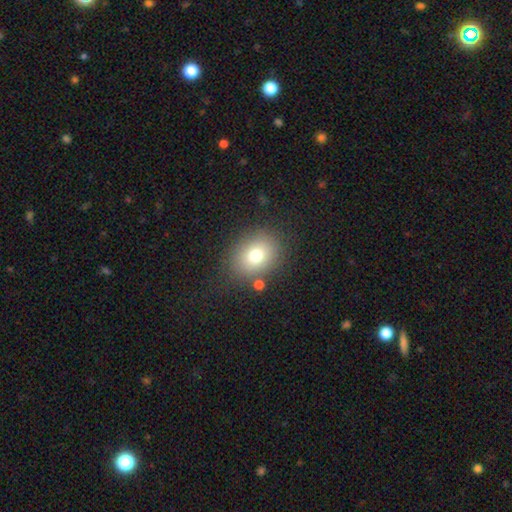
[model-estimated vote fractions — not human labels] smooth-or-featured: smooth: 76% | star or artifact: 12% | featured or disk: 12%
  how-rounded: in between: 54% | round: 45% | cigar-shaped: 1%
  merging: none: 81% | minor disturbance: 11% | merger: 4% | major disturbance: 4%